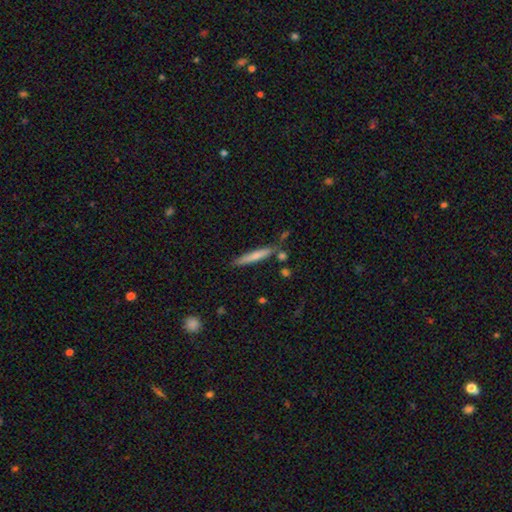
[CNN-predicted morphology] Smooth or featured: smooth — 66% (featured or disk — 28%)
How rounded: cigar-shaped — 93% (in between — 5%)
Merging: none — 76% (minor disturbance — 13%)